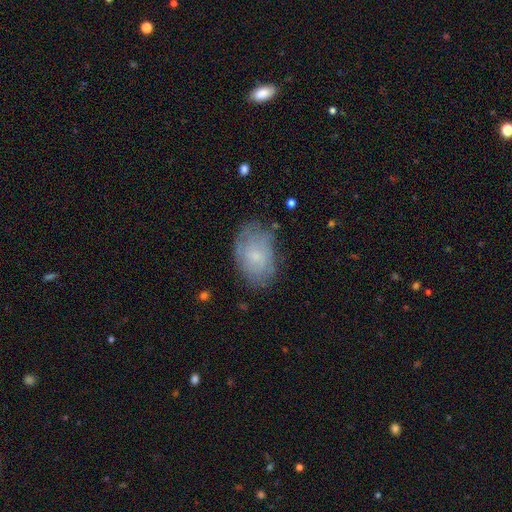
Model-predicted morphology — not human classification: Smooth or featured?
  - smooth: 51% *
  - featured or disk: 39%
  - star or artifact: 10%
How rounded?
  - in between: 85% *
  - round: 14%
  - cigar-shaped: 1%
Merging?
  - none: 71% *
  - minor disturbance: 21%
  - major disturbance: 7%
  - merger: 2%